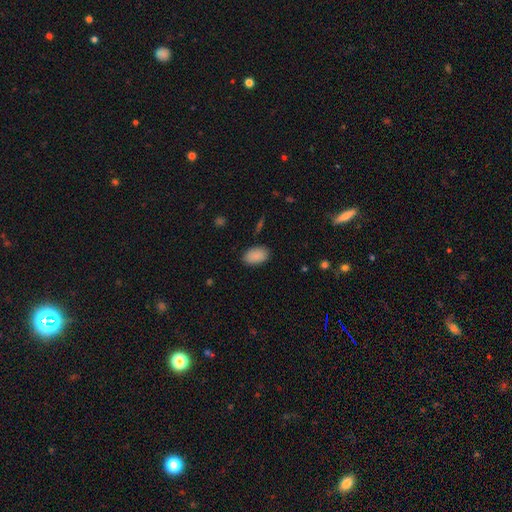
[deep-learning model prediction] smooth 90%, star or artifact 7%, featured or disk 3%. Down the decision tree: how rounded — in between (93%); merging — none (87%).